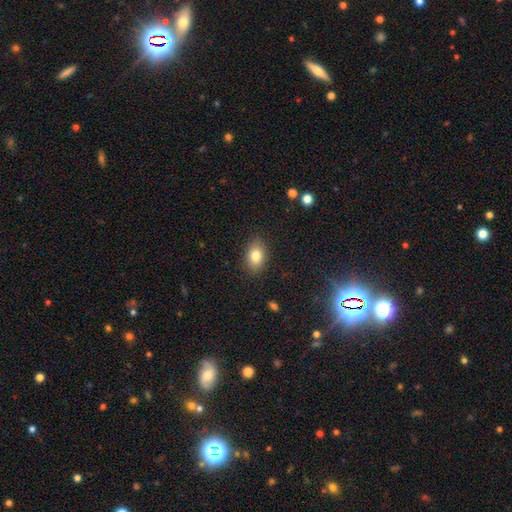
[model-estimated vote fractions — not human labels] smooth_or_featured: smooth (p=0.79) [alt: featured or disk p=0.11]
how_rounded: in between (p=0.80) [alt: round p=0.18]
merging: none (p=0.87) [alt: minor disturbance p=0.10]